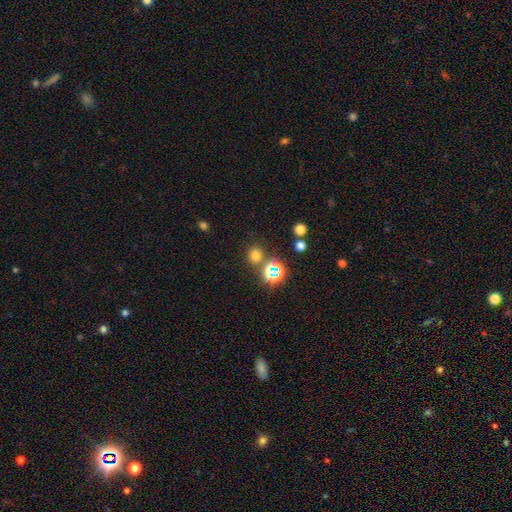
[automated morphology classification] Overall: smooth (67%; star or artifact 27%). How rounded: round (87%). Merging: none (80%).